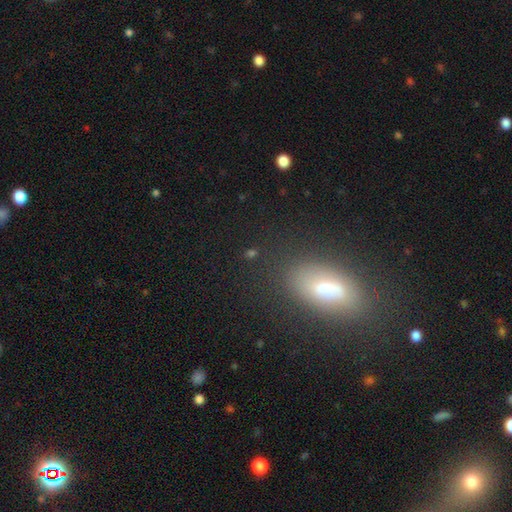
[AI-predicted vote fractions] A smooth galaxy with no disk features (61%) that is in between round and cigar-shaped (75%). Merging: none (71%).